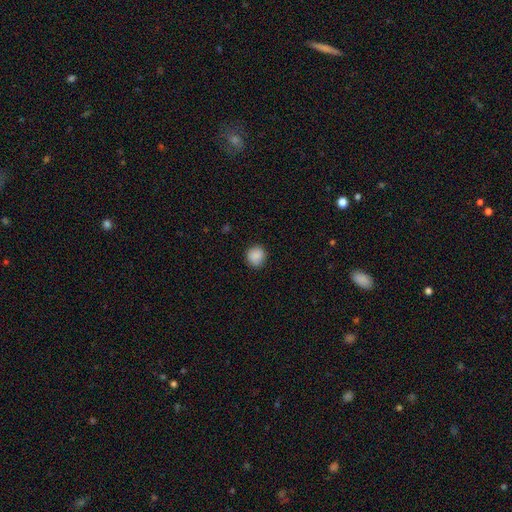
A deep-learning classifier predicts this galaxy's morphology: This is clearly a smooth galaxy (88%). How rounded: clearly round (90%). Merging: clearly none (87%).